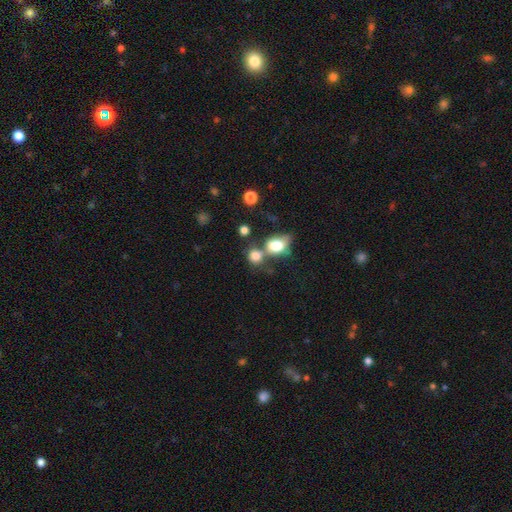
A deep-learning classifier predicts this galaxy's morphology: Smooth or featured?
  - smooth: 78% *
  - star or artifact: 12%
  - featured or disk: 11%
How rounded?
  - round: 63% *
  - in between: 35%
  - cigar-shaped: 2%
Merging?
  - merger: 44% *
  - none: 38%
  - minor disturbance: 11%
  - major disturbance: 7%